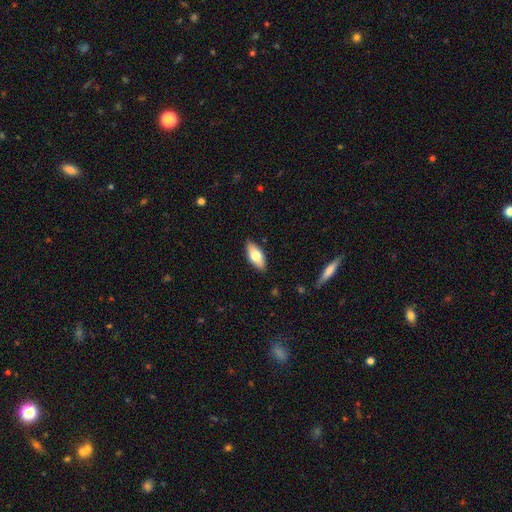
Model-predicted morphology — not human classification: Smooth or featured? smooth (70%)
How rounded? in between (84%)
Merging? none (88%)